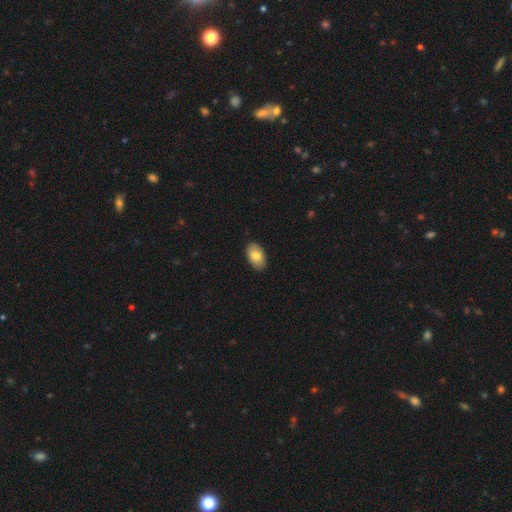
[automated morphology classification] smooth 81%, featured or disk 13%, star or artifact 6%. Down the decision tree: how rounded — in between (94%); merging — none (89%).